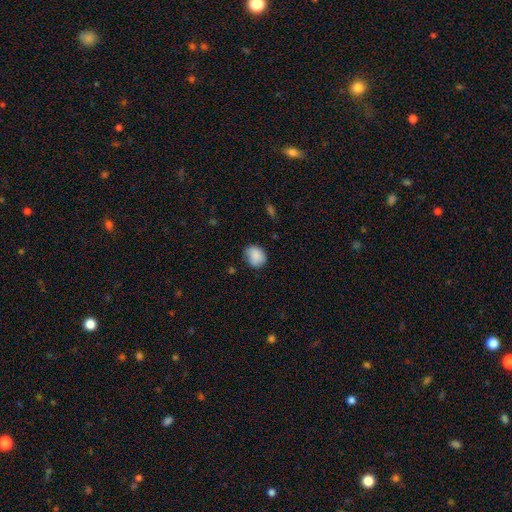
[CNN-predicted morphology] smooth 87%, star or artifact 8%, featured or disk 5%. Down the decision tree: how rounded — round (60%); merging — none (72%).